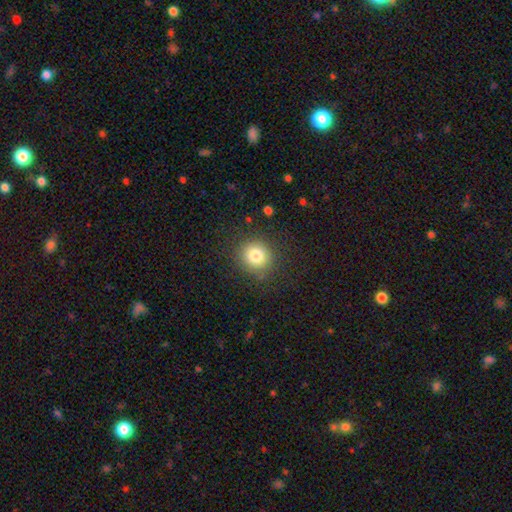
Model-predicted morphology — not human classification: Smooth or featured? smooth (81%)
How rounded? round (88%)
Merging? none (86%)